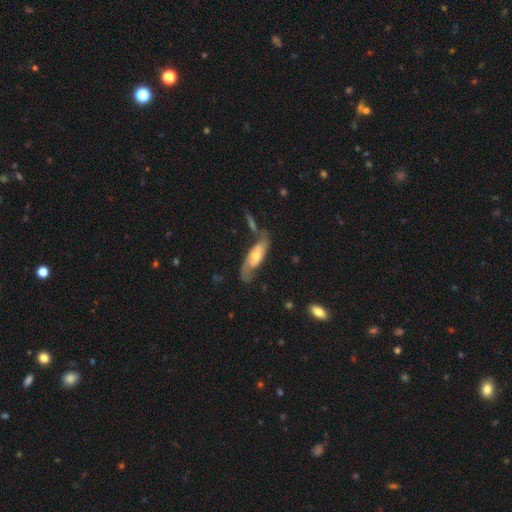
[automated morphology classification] type=featured or disk (63%); edge-on=no (78%); merging=none (52%).